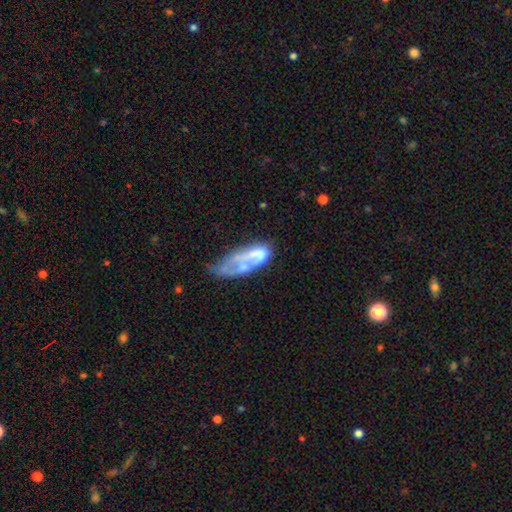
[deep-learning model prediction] A featured or disk galaxy (50%). Merging: major disturbance (35%).